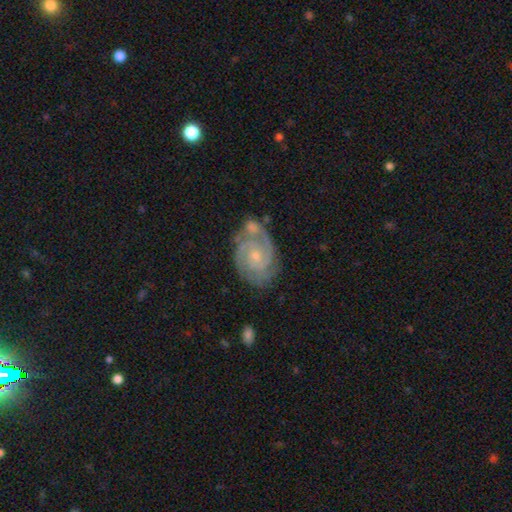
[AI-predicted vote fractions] featured or disk 85%, smooth 9%, star or artifact 6%. Down the decision tree: edge-on disk — no (98%); bar — no (68%); spiral arms — yes (97%); spiral arm count — 2 (50%); spiral winding — tight (65%); bulge size — small (69%); merging — none (60%).